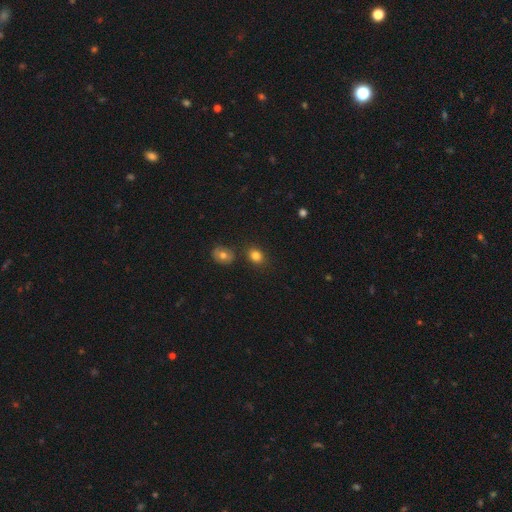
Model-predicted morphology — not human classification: type=smooth (82%); roundness=in between (50%); merging=none (77%).